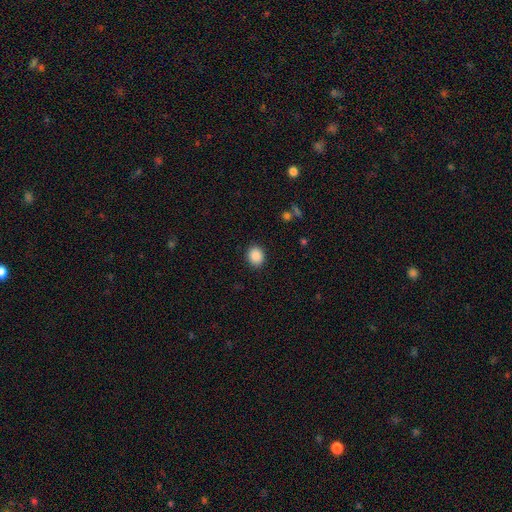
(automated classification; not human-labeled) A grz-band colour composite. It shows a smooth galaxy with no disk features (89%) that is round (64%). Merging: none (90%).